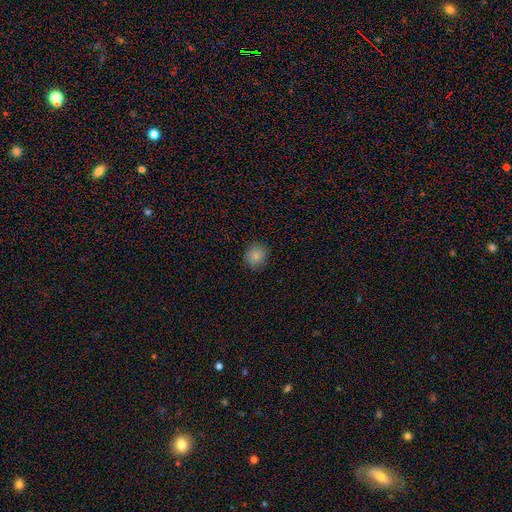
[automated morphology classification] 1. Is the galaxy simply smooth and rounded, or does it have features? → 84% smooth, 10% star or artifact, 6% featured or disk.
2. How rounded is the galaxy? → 83% round, 16% in between, 1% cigar-shaped.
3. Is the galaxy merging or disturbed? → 88% none, 9% minor disturbance, 2% major disturbance, 1% merger.